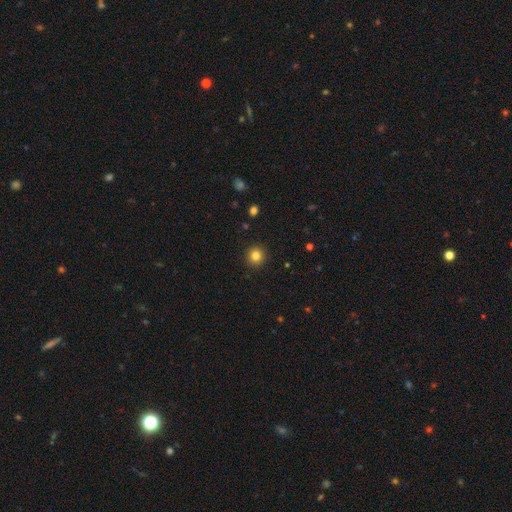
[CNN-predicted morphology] A smooth galaxy with no disk features (82%) that is round (94%).

Vote fractions:
- Smooth or featured? smooth: 82% / star or artifact: 12% / featured or disk: 6%
- How rounded? round: 94% / in between: 5% / cigar-shaped: 1%
- Merging? none: 92% / minor disturbance: 5% / major disturbance: 2% / merger: 1%